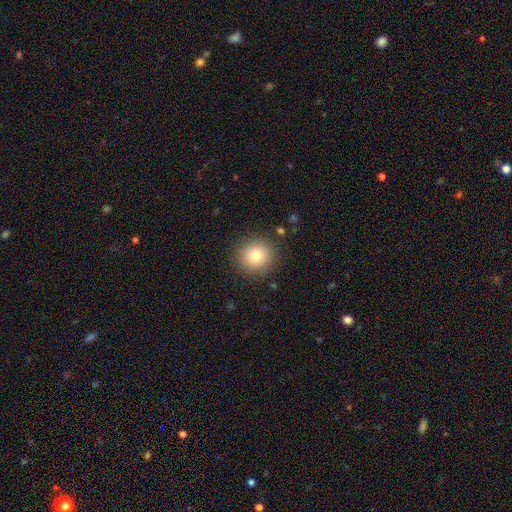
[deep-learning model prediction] This is likely a smooth galaxy (79%). How rounded: clearly round (91%). Merging: clearly none (89%).